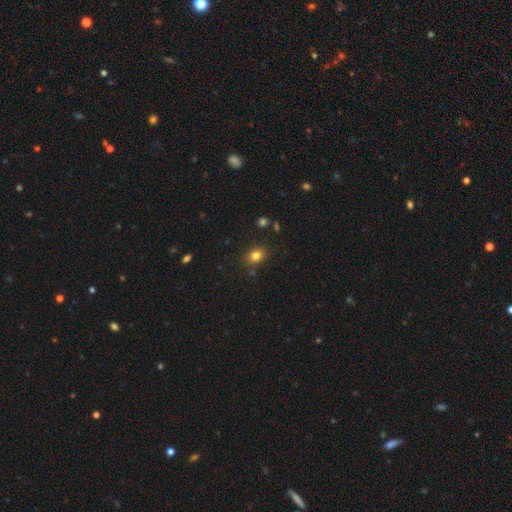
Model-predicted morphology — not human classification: Overall: smooth (80%). How rounded: in between (50%; round 49%). Merging: none (83%).